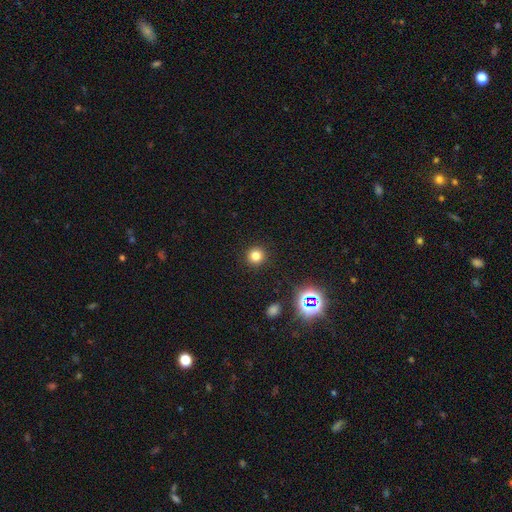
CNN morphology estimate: Overall: smooth (79%). How rounded: round (94%). Merging: none (92%).